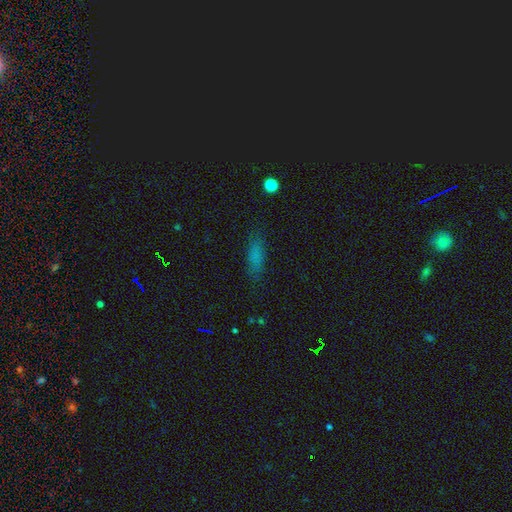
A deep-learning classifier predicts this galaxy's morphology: Overall: smooth (74%). How rounded: cigar-shaped (50%; in between 46%). Merging: none (82%).